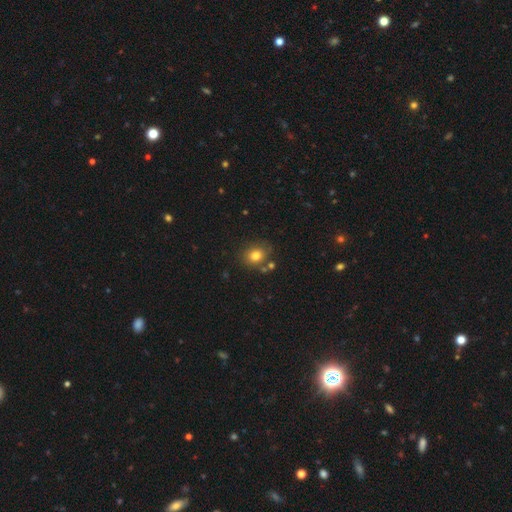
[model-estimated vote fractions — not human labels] Smooth or featured? Predicted: smooth (p=0.79). How rounded? Predicted: round (p=0.62). Merging? Predicted: none (p=0.74).